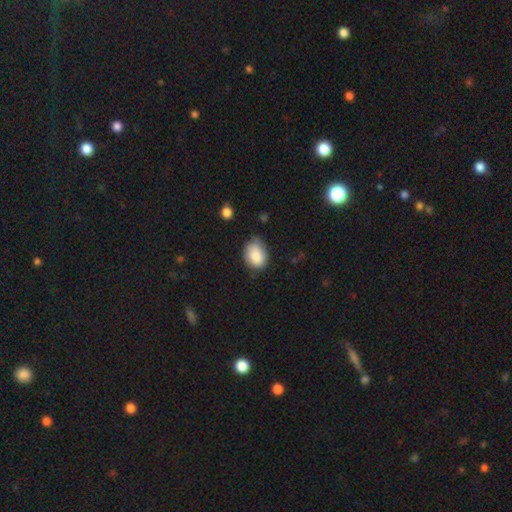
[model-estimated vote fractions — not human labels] Smooth or featured: smooth — 86% (star or artifact — 7%)
How rounded: in between — 69% (round — 30%)
Merging: none — 60% (minor disturbance — 32%)